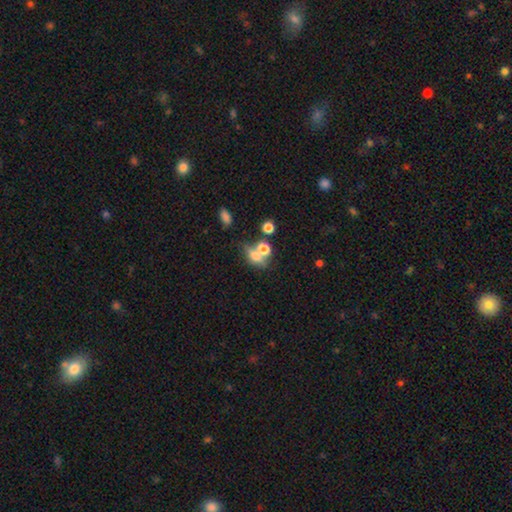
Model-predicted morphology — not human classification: A smooth galaxy with no disk features (65%) that is in between round and cigar-shaped (62%).

Vote fractions:
- Smooth or featured? smooth: 65% / featured or disk: 19% / star or artifact: 16%
- How rounded? in between: 62% / round: 31% / cigar-shaped: 7%
- Merging? merger: 45% / none: 36% / minor disturbance: 11% / major disturbance: 8%